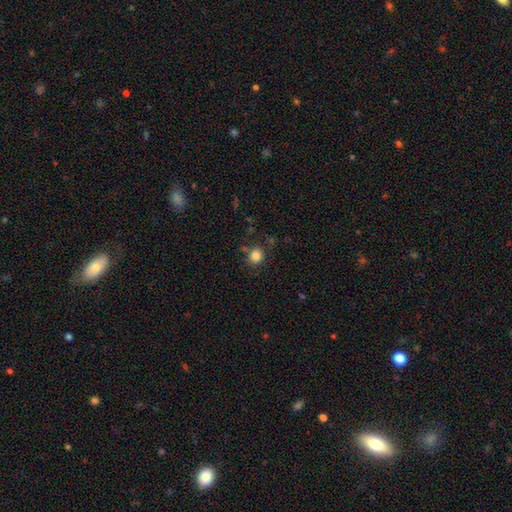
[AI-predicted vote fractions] Smooth or featured? smooth (84%)
How rounded? round (79%)
Merging? none (80%)